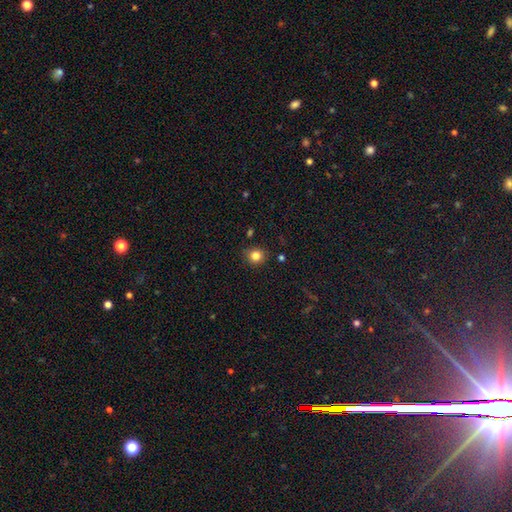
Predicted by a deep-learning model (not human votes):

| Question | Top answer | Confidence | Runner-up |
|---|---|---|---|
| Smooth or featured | smooth | 82% | star or artifact (12%) |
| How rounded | round | 85% | in between (14%) |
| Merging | none | 86% | minor disturbance (9%) |